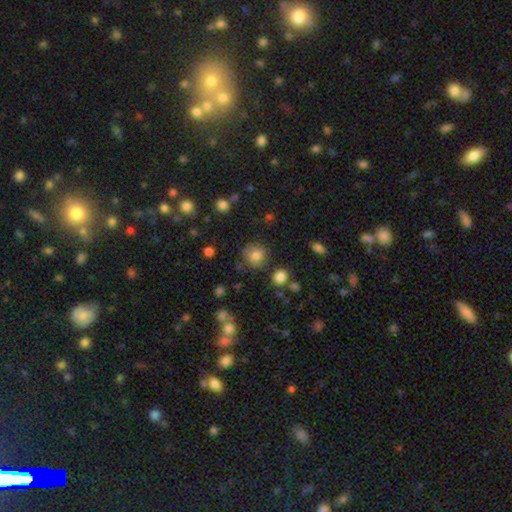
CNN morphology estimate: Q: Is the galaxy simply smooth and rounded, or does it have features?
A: smooth — 80%.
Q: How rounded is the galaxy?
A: round — 87%.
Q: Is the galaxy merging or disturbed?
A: none — 77%.